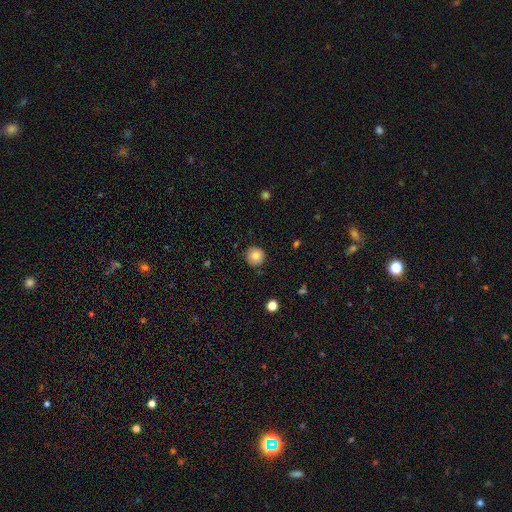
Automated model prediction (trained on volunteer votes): smooth-or-featured: smooth: 83% | star or artifact: 9% | featured or disk: 8%
  how-rounded: round: 95% | in between: 4% | cigar-shaped: 1%
  merging: none: 89% | minor disturbance: 7% | major disturbance: 2% | merger: 1%